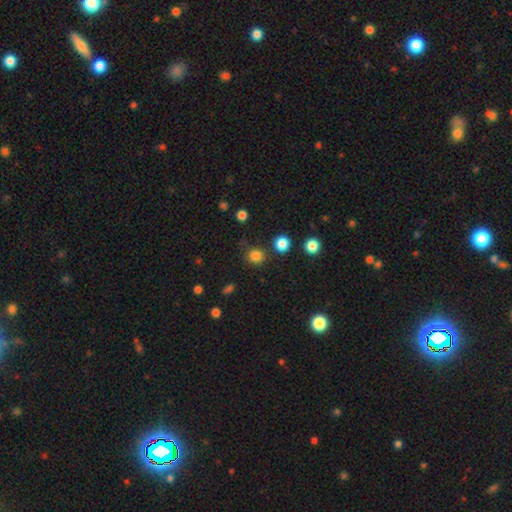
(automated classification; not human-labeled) Morphology: type=smooth (82%); roundness=round (89%); merging=none (83%).